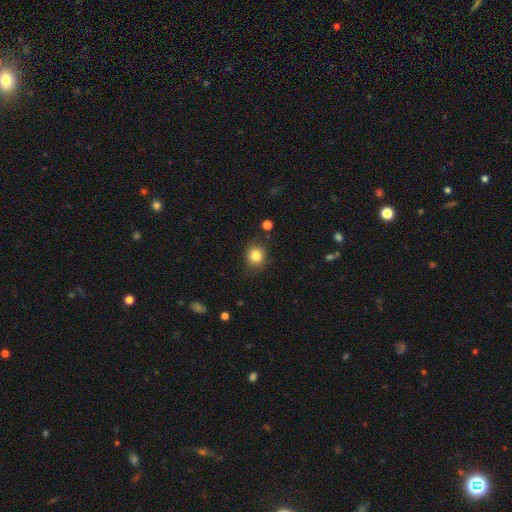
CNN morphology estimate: Smooth or featured? Predicted: smooth (p=0.84). How rounded? Predicted: round (p=0.81). Merging? Predicted: none (p=0.84).